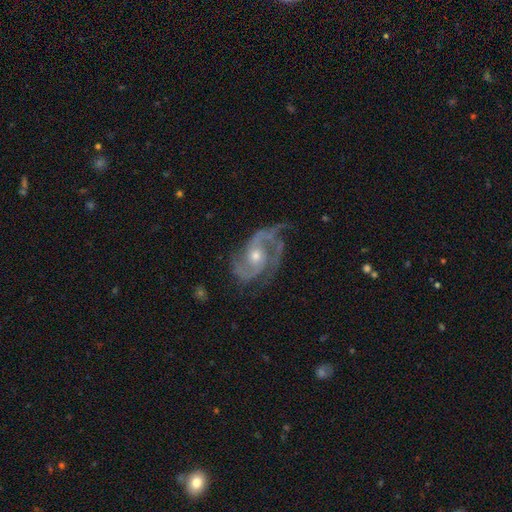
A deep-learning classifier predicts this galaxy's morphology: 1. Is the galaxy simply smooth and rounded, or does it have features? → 90% featured or disk, 6% star or artifact, 4% smooth.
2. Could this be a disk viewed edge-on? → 97% no, 3% yes.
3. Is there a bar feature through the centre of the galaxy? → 57% no, 32% weak, 10% strong.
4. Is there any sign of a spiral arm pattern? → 98% yes, 2% no.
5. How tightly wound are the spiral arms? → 54% medium, 33% tight, 13% loose.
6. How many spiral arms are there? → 67% 2, 18% 3, 6% can't tell, 3% 1, 3% 4, 3% more than 4.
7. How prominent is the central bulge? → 62% moderate, 31% small, 4% large, 2% none, 1% dominant.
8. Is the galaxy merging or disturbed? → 72% none, 17% minor disturbance, 9% major disturbance, 2% merger.